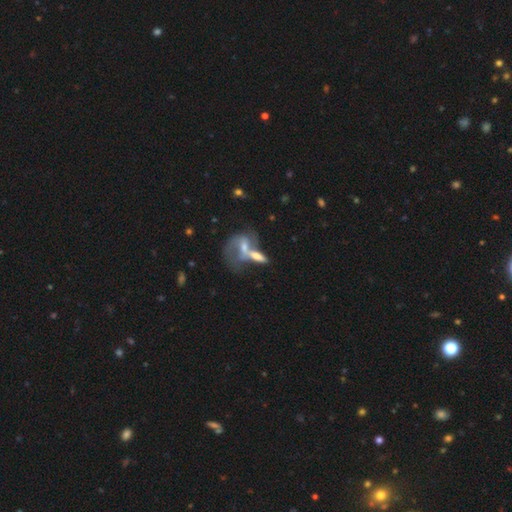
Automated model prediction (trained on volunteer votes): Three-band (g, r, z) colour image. It shows a featured or disk galaxy (46%). Merging: merger (58%).